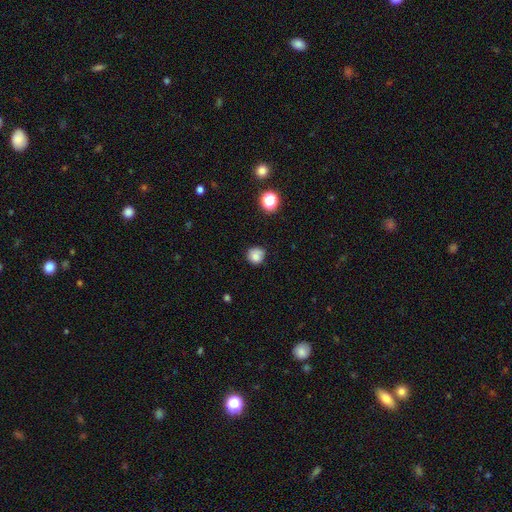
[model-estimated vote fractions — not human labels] A smooth galaxy with no disk features (81%) that is round (88%).

Vote fractions:
- Smooth or featured? smooth: 81% / star or artifact: 11% / featured or disk: 8%
- How rounded? round: 88% / in between: 11% / cigar-shaped: 1%
- Merging? none: 74% / minor disturbance: 20% / major disturbance: 4% / merger: 2%